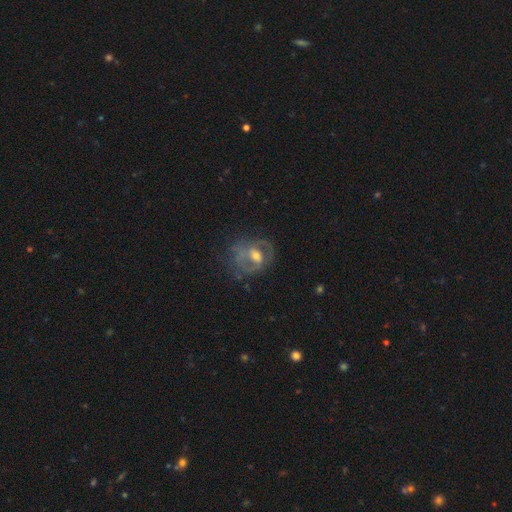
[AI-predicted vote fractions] Overall: featured or disk (71%). Edge-on disk: no (96%). Bar: weak (42%; no 37%). Spiral arms: yes (59%; no 41%). Bulge size: moderate (65%; small 27%). Merging: none (47%; major disturbance 26%).